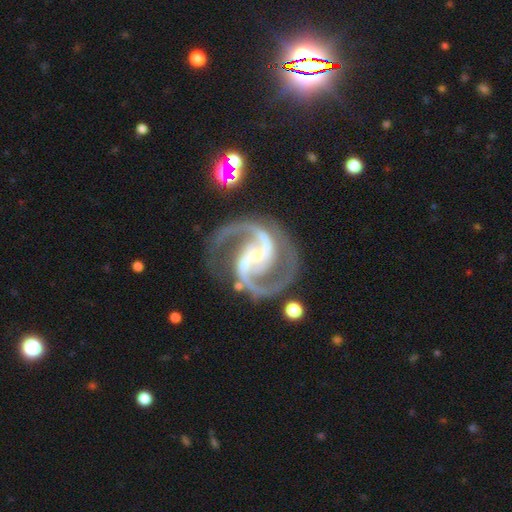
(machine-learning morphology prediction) smooth-or-featured: featured or disk: 94% | star or artifact: 4% | smooth: 2%
  disk-edge-on: no: 98% | yes: 2%
    bar: weak: 41% | strong: 39% | no: 21%
    has-spiral-arms: yes: 99% | no: 1%
      spiral-winding: medium: 70% | loose: 16% | tight: 15%
      spiral-arm-count: 2: 93% | 3: 3% | can't tell: 1% | 1: 1% | 4: 1% | more than 4: 1%
    bulge-size: small: 63% | moderate: 20% | none: 13% | large: 3% | dominant: 1%
  merging: none: 77% | minor disturbance: 14% | major disturbance: 7% | merger: 2%